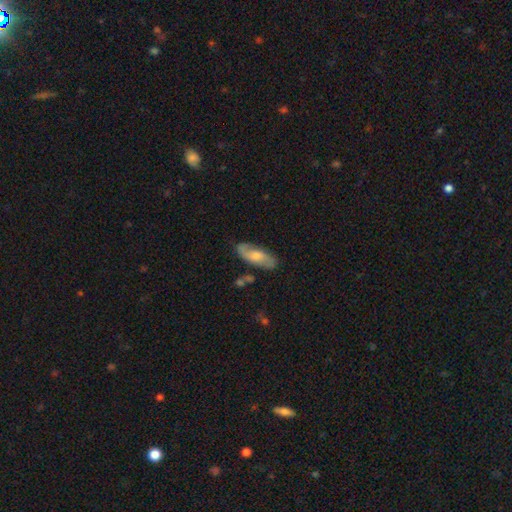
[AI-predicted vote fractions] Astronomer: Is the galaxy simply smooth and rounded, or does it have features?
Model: featured or disk — 54% (runner-up: smooth, 40%).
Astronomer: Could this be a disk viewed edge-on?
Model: no — 84%.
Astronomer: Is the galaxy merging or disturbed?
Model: none — 80%.